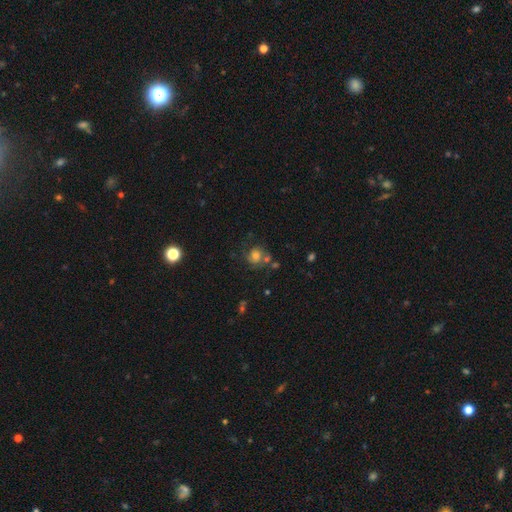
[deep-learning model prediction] Morphology: type=smooth (49%); merging=none (54%).